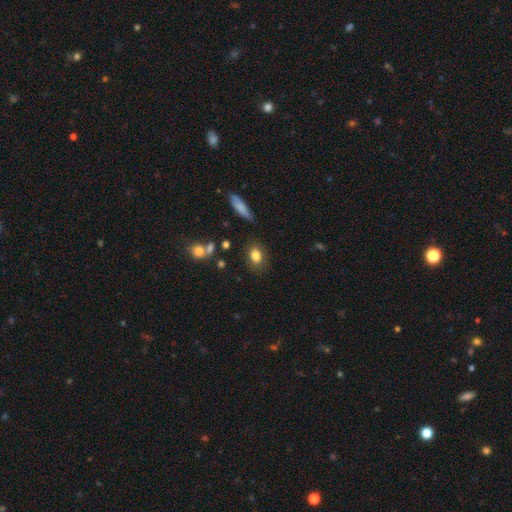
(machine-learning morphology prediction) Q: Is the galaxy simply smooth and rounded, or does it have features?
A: smooth — 83%.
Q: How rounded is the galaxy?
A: in between — 74%.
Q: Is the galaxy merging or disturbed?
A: none — 80%.